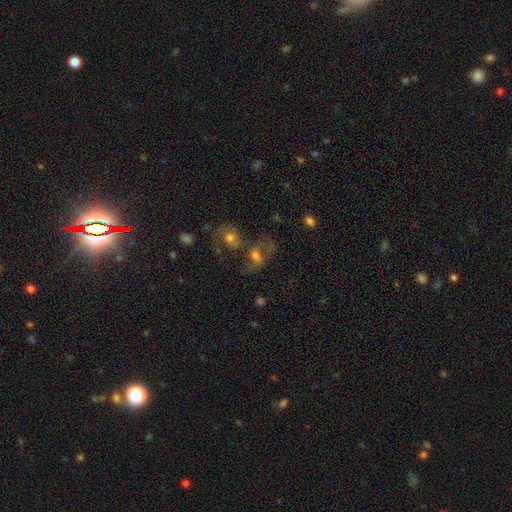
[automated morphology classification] Smooth or featured?
  - smooth: 49% *
  - featured or disk: 36%
  - star or artifact: 15%
Merging?
  - merger: 52% *
  - none: 24%
  - major disturbance: 14%
  - minor disturbance: 11%